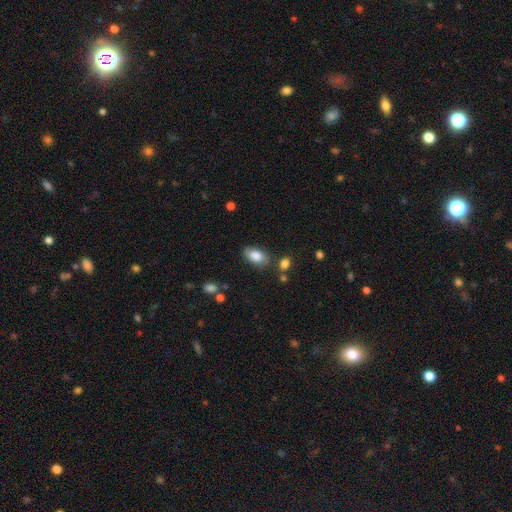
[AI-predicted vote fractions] Smooth or featured: smooth — 82% (featured or disk — 11%)
How rounded: in between — 92% (round — 5%)
Merging: none — 73% (minor disturbance — 18%)